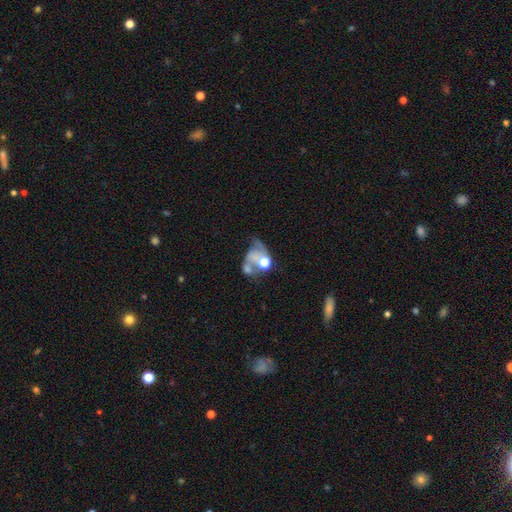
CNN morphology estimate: Smooth or featured?
  - featured or disk: 47% *
  - smooth: 32%
  - star or artifact: 20%
Merging?
  - merger: 33% *
  - major disturbance: 31%
  - none: 24%
  - minor disturbance: 13%